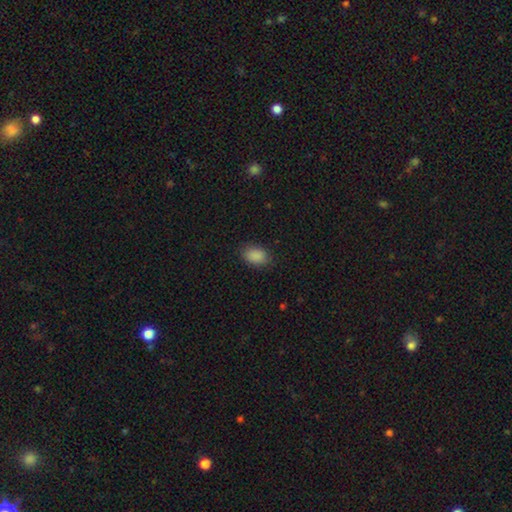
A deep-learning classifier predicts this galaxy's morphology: Smooth or featured: smooth — 89% (star or artifact — 8%)
How rounded: in between — 84% (round — 15%)
Merging: none — 85% (minor disturbance — 11%)